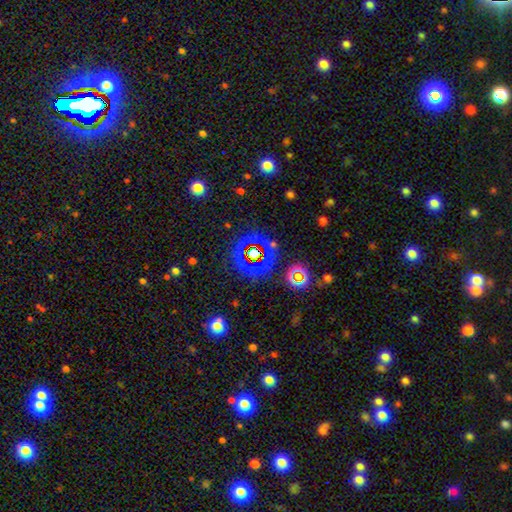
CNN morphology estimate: A star or artifact, not a galaxy (68%).

Vote fractions:
- Smooth or featured? star or artifact: 68% / smooth: 21% / featured or disk: 10%